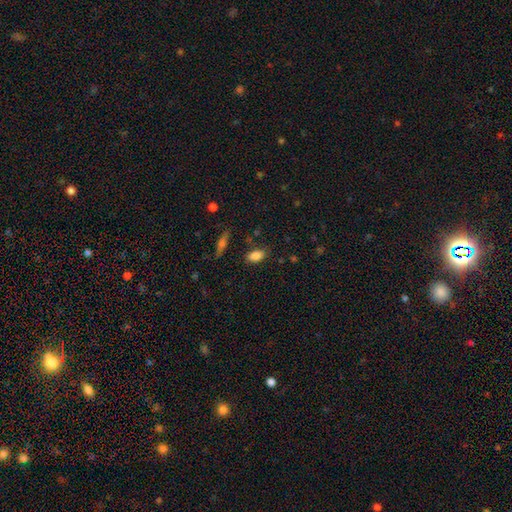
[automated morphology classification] Smooth or featured?
  - smooth: 85% *
  - star or artifact: 8%
  - featured or disk: 7%
How rounded?
  - in between: 88% *
  - round: 7%
  - cigar-shaped: 5%
Merging?
  - none: 81% *
  - minor disturbance: 13%
  - major disturbance: 3%
  - merger: 2%